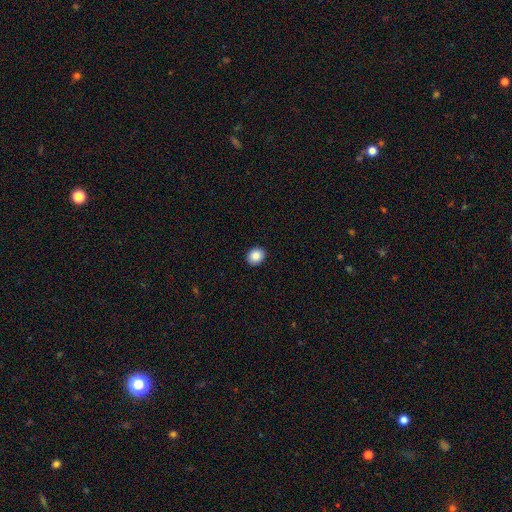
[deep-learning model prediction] A smooth galaxy with no disk features (87%) that is round (60%).

Vote fractions:
- Smooth or featured? smooth: 87% / star or artifact: 8% / featured or disk: 4%
- How rounded? round: 60% / in between: 40% / cigar-shaped: 1%
- Merging? none: 91% / minor disturbance: 6% / major disturbance: 2% / merger: 1%